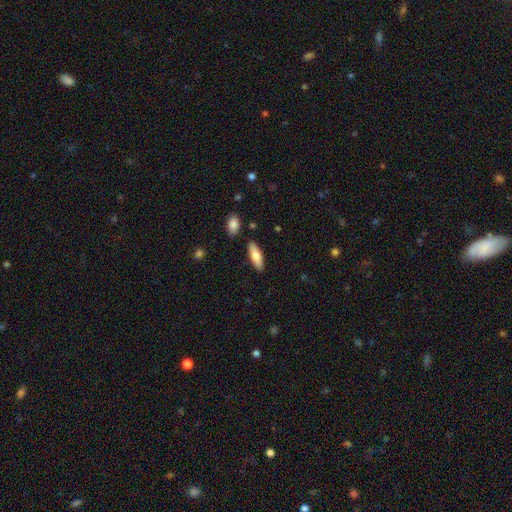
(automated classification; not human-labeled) Smooth or featured? smooth (73%)
How rounded? in between (53%)
Merging? none (87%)